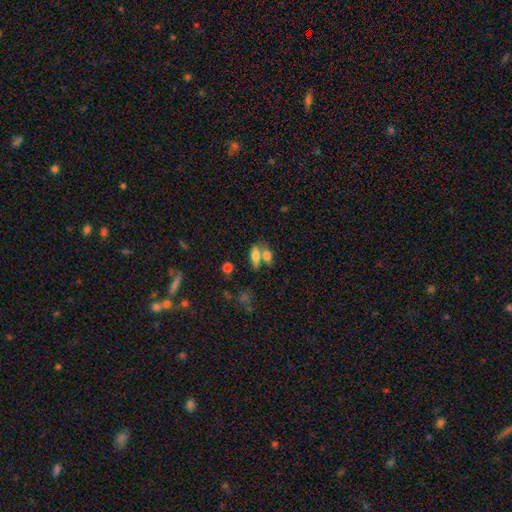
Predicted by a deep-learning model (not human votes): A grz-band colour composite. It shows a smooth galaxy with no disk features (72%) that is in between round and cigar-shaped (73%). Merging: merger (45%).